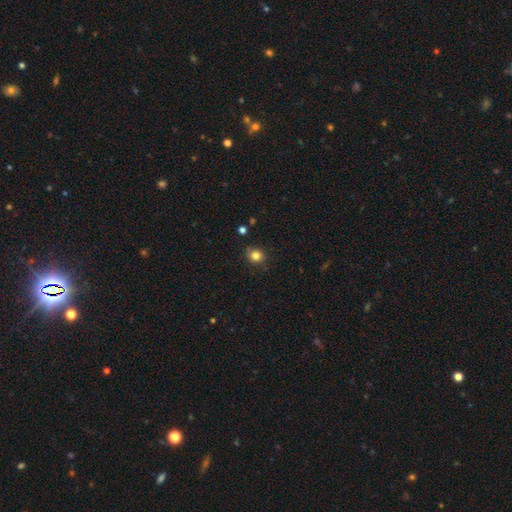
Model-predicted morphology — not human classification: Overall: smooth (82%). How rounded: round (77%). Merging: none (82%).